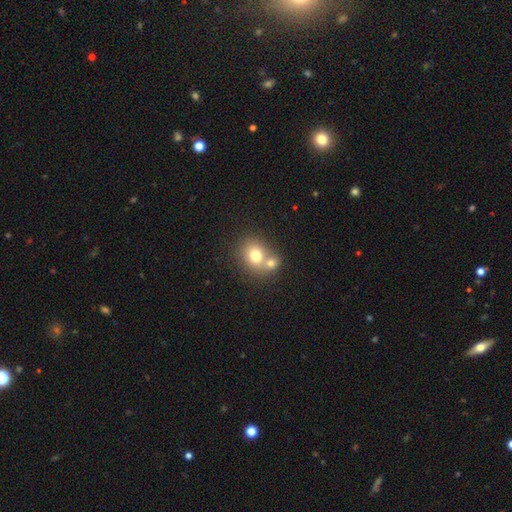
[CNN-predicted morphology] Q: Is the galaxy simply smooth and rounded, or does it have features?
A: smooth — 73%.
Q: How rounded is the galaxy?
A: round — 67%.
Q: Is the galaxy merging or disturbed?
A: merger — 51%.